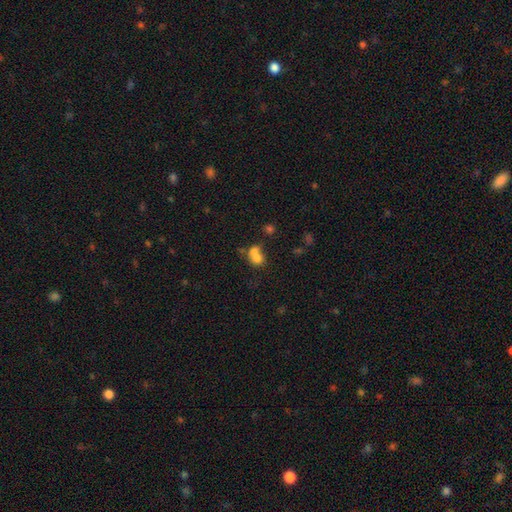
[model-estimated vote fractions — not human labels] Morphology: type=smooth (71%); roundness=round (60%); merging=merger (63%).